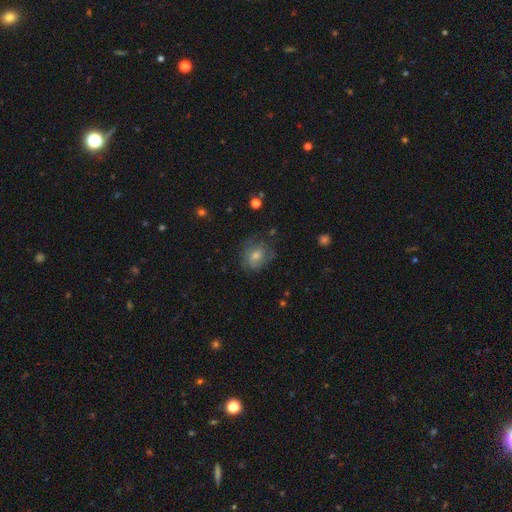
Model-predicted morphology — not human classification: Smooth or featured? Predicted: featured or disk (p=0.42). Merging? Predicted: none (p=0.69).